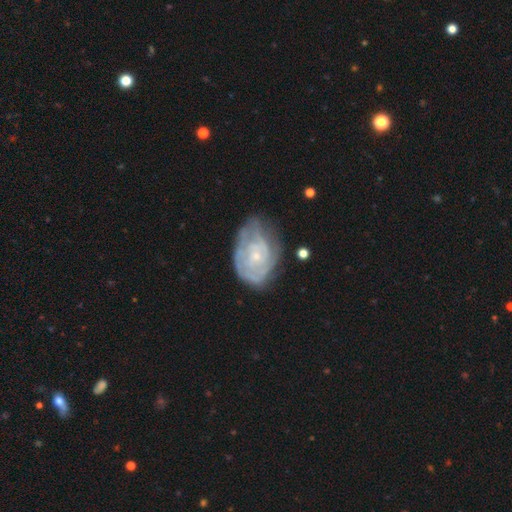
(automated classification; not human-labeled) Q: Smooth or featured?
A: featured or disk (72%); runner-up: smooth (21%)
Q: Edge-on disk?
A: no (96%); runner-up: yes (4%)
Q: Bar?
A: no (78%); runner-up: weak (19%)
Q: Spiral arms?
A: yes (76%); runner-up: no (24%)
Q: Spiral winding?
A: tight (68%); runner-up: medium (24%)
Q: Spiral arm count?
A: can't tell (57%); runner-up: 2 (18%)
Q: Bulge size?
A: small (74%); runner-up: moderate (21%)
Q: Merging?
A: none (53%); runner-up: minor disturbance (30%)